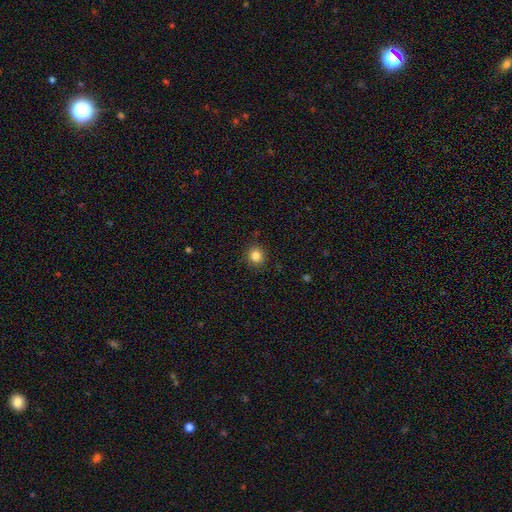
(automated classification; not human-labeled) A smooth galaxy with no disk features (84%) that is round (90%). Merging: none (90%).